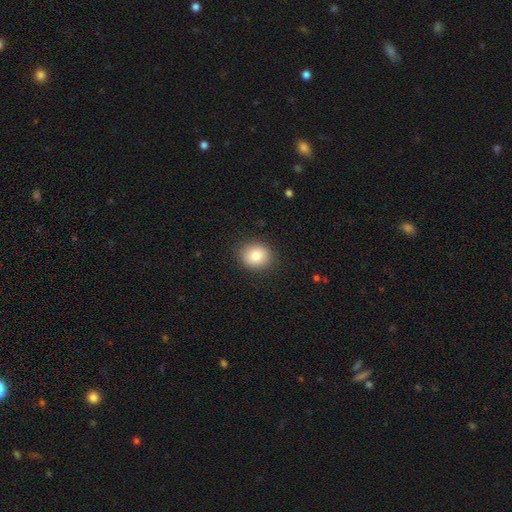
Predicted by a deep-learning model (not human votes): The model was most divided on "how rounded": round: 73%, in between: 27%, cigar-shaped: 1%. More confident: merging — none (89%); smooth or featured — smooth (83%).